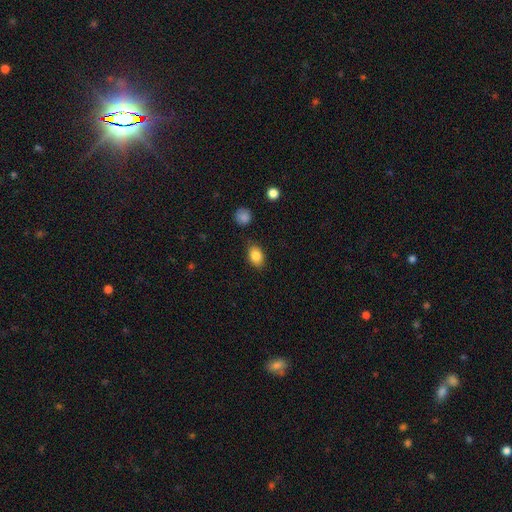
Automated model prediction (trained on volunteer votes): Overall: smooth (85%). How rounded: in between (80%). Merging: none (82%).